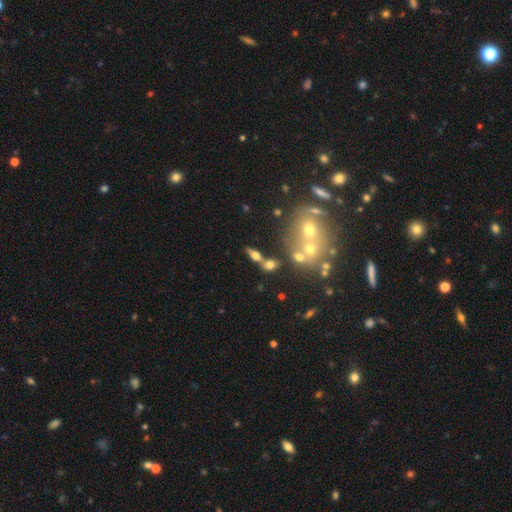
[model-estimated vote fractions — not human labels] Smooth or featured: smooth — 46% (featured or disk — 40%)
Merging: none — 49% (merger — 32%)